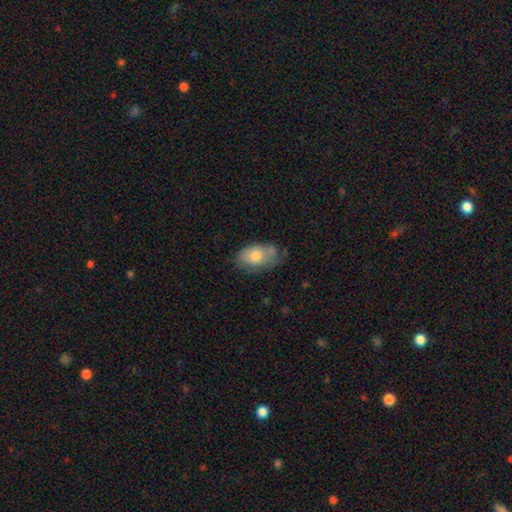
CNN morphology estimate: Q: Smooth or featured?
A: smooth (71%); runner-up: featured or disk (21%)
Q: How rounded?
A: in between (91%); runner-up: round (7%)
Q: Merging?
A: none (53%); runner-up: minor disturbance (33%)